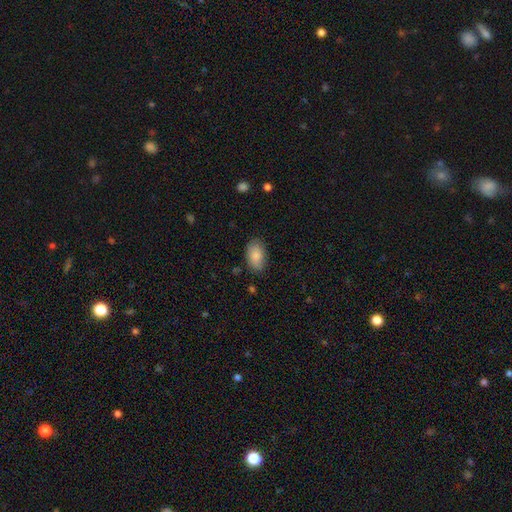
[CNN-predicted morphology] Q: Smooth or featured?
A: smooth (86%); runner-up: featured or disk (7%)
Q: How rounded?
A: in between (92%); runner-up: round (6%)
Q: Merging?
A: none (83%); runner-up: minor disturbance (13%)